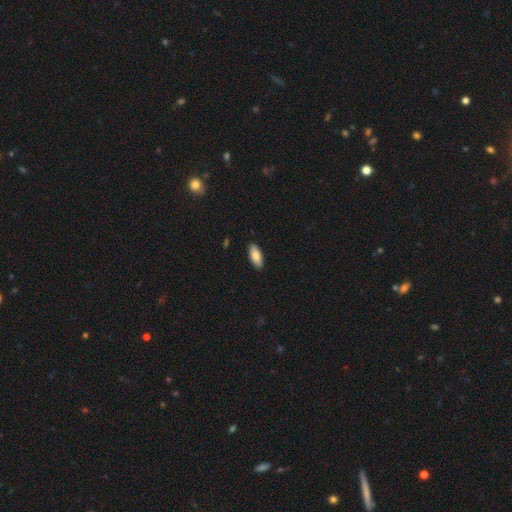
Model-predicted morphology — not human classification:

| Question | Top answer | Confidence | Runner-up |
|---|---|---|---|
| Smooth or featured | smooth | 85% | featured or disk (9%) |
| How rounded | in between | 83% | cigar-shaped (15%) |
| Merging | none | 89% | minor disturbance (8%) |